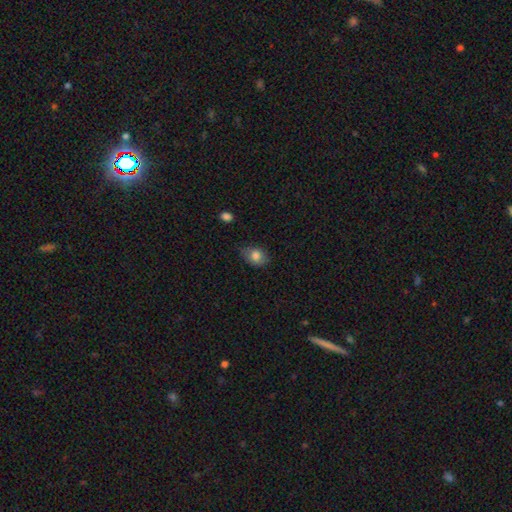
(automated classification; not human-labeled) Smooth or featured?
  - smooth: 81% *
  - featured or disk: 10%
  - star or artifact: 9%
How rounded?
  - in between: 66% *
  - round: 33%
  - cigar-shaped: 1%
Merging?
  - none: 72% *
  - minor disturbance: 22%
  - major disturbance: 4%
  - merger: 1%